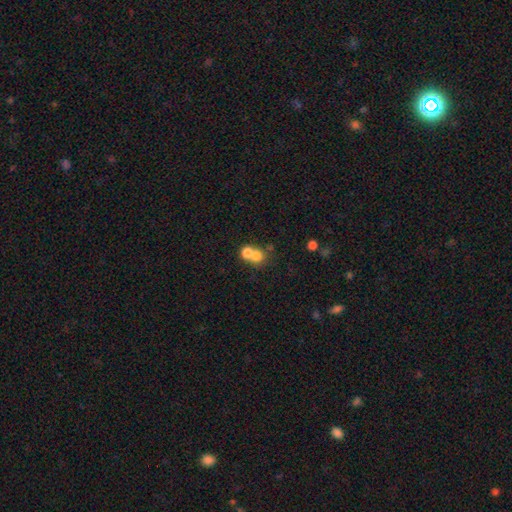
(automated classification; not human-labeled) smooth-or-featured: smooth: 73% | featured or disk: 15% | star or artifact: 11%
  how-rounded: round: 80% | in between: 19% | cigar-shaped: 1%
  merging: merger: 62% | none: 31% | minor disturbance: 5% | major disturbance: 3%